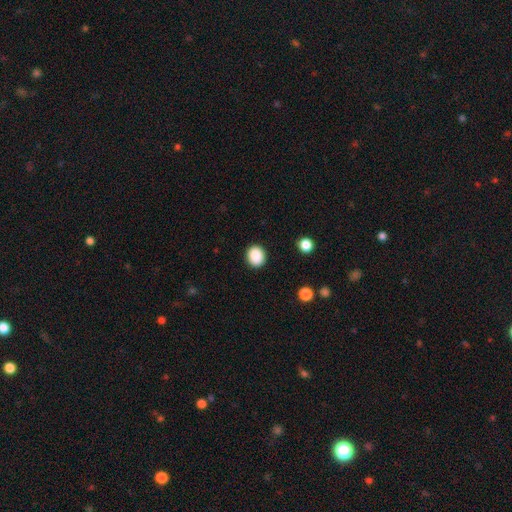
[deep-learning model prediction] Smooth or featured? Predicted: smooth (p=0.88). How rounded? Predicted: round (p=0.70). Merging? Predicted: none (p=0.90).